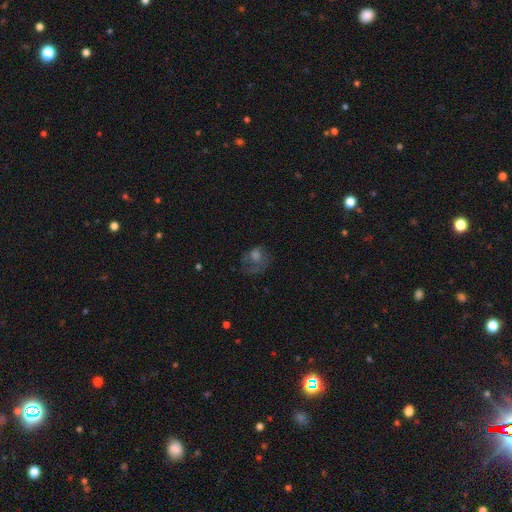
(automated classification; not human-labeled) Smooth or featured?
  - smooth: 42% *
  - featured or disk: 39%
  - star or artifact: 18%
Merging?
  - none: 41% *
  - major disturbance: 36%
  - minor disturbance: 21%
  - merger: 2%